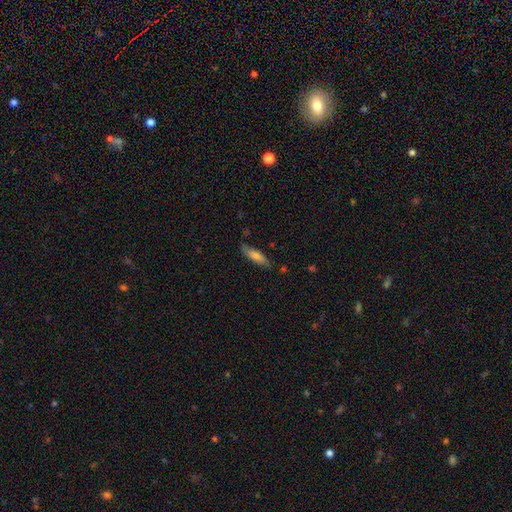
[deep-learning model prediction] Smooth or featured? Predicted: smooth (p=0.68). How rounded? Predicted: cigar-shaped (p=0.66). Merging? Predicted: none (p=0.77).